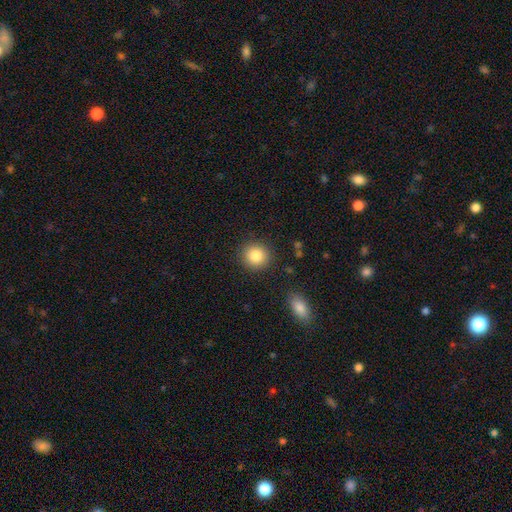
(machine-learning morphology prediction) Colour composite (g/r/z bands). It shows a smooth galaxy with no disk features (85%) that is round (90%). Merging: none (89%).